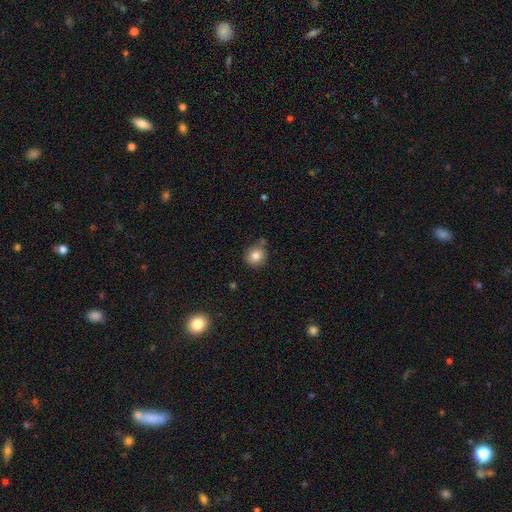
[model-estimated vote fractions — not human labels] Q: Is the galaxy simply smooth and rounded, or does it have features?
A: smooth — 83%.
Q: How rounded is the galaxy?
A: round — 88%.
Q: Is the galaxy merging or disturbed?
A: none — 73%.